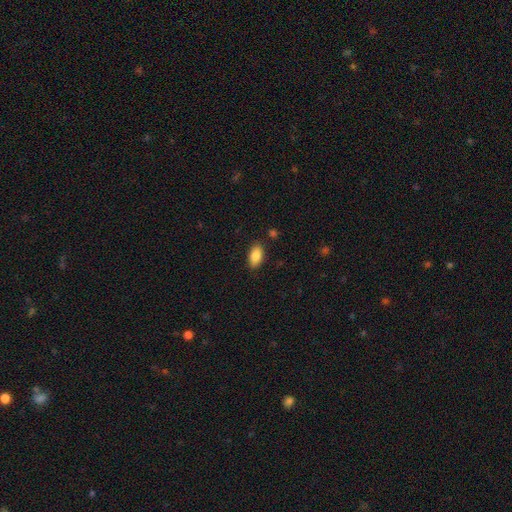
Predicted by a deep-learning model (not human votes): A smooth galaxy with no disk features (86%) that is in between round and cigar-shaped (92%). Merging: none (85%).